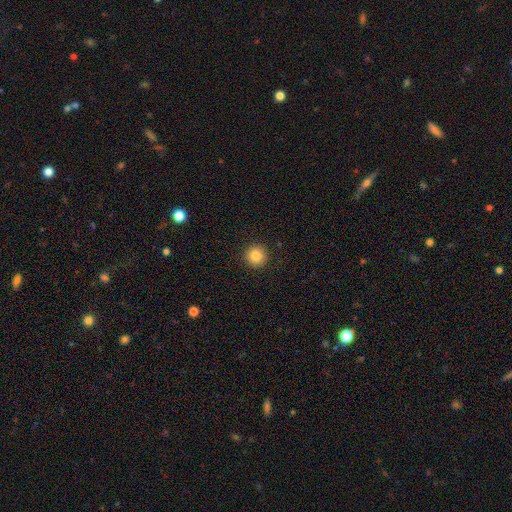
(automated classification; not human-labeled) This appears to be a smooth galaxy with no disk features (84%) that is round (95%). Merging: none (92%).